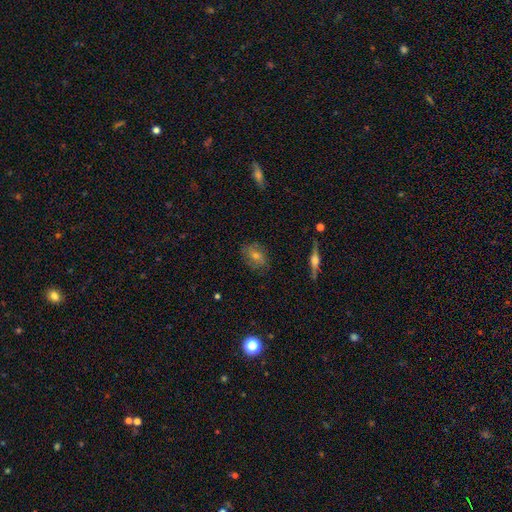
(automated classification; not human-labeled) smooth_or_featured: featured or disk (p=0.45) [alt: smooth p=0.37]
merging: none (p=0.80) [alt: minor disturbance p=0.14]